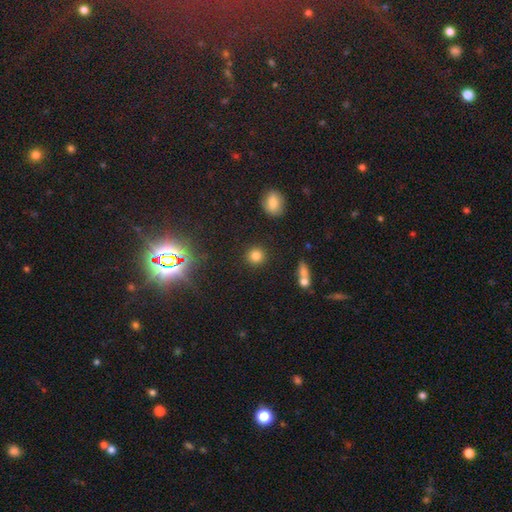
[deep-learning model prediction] smooth 81%, star or artifact 13%, featured or disk 6%. Down the decision tree: how rounded — round (92%); merging — none (90%).